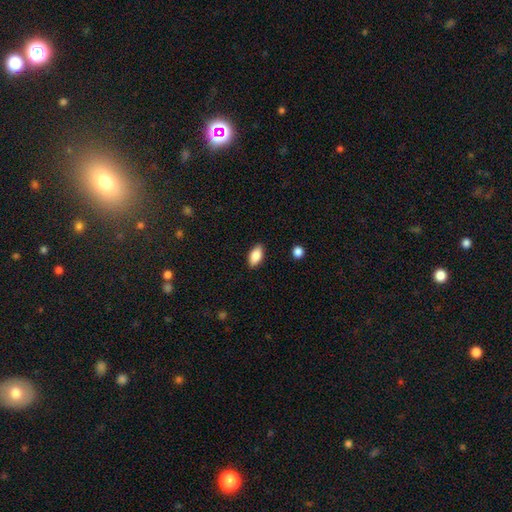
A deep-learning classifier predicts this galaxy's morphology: The model was most divided on "smooth or featured": smooth: 82%, featured or disk: 11%, star or artifact: 7%. More confident: how rounded — in between (88%); merging — none (87%).